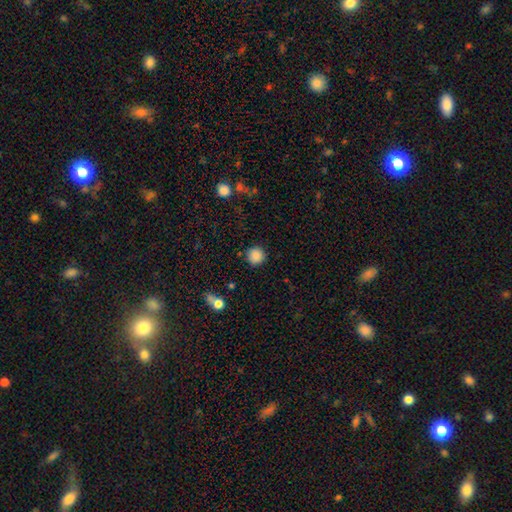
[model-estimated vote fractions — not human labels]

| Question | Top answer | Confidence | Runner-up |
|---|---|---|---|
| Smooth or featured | smooth | 87% | star or artifact (10%) |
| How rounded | round | 94% | in between (5%) |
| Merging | none | 90% | minor disturbance (7%) |